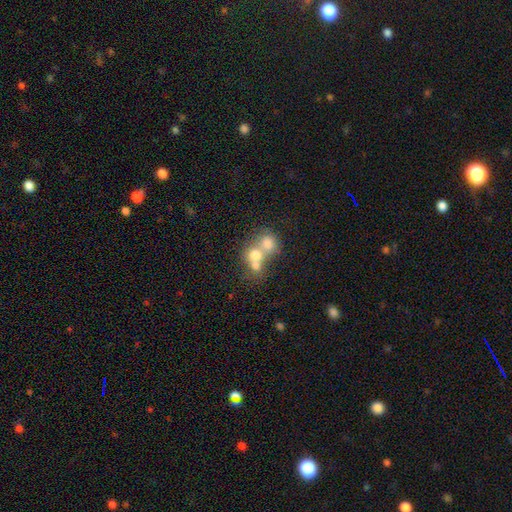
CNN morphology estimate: The model was most divided on "smooth or featured": smooth: 65%, featured or disk: 23%, star or artifact: 12%. More confident: how rounded — round (71%); merging — merger (69%).